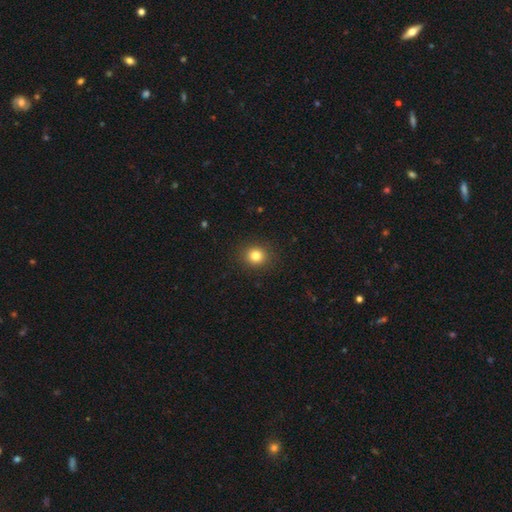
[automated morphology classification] smooth-or-featured: smooth: 82% | star or artifact: 12% | featured or disk: 6%
  how-rounded: round: 84% | in between: 15% | cigar-shaped: 1%
  merging: none: 91% | minor disturbance: 6% | major disturbance: 2% | merger: 1%